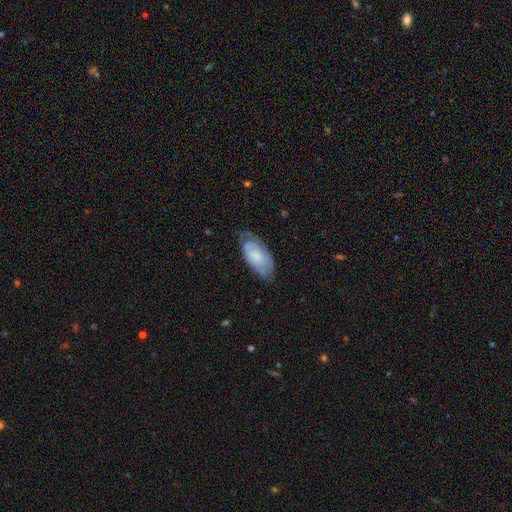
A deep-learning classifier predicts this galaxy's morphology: A smooth galaxy with no disk features (49%). Merging: none (55%).